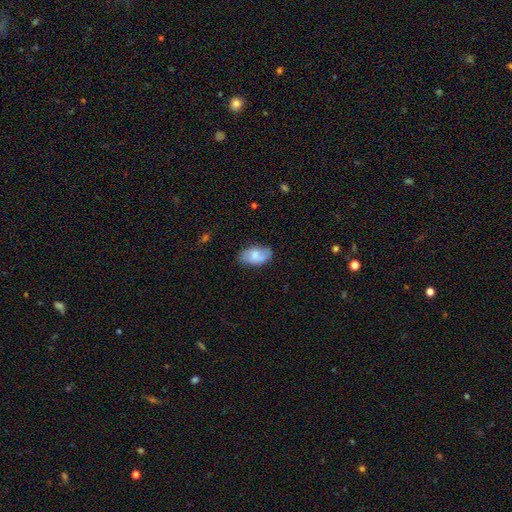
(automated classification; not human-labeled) smooth-or-featured: smooth: 70% | featured or disk: 22% | star or artifact: 7%
  how-rounded: in between: 93% | round: 6% | cigar-shaped: 2%
  merging: none: 66% | minor disturbance: 26% | major disturbance: 6% | merger: 2%